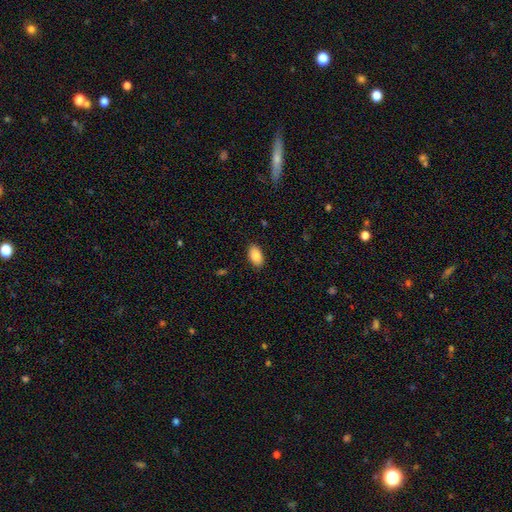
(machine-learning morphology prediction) The model was most divided on "merging": none: 88%, minor disturbance: 9%, major disturbance: 2%, merger: 1%. More confident: how rounded — in between (94%); smooth or featured — smooth (87%).